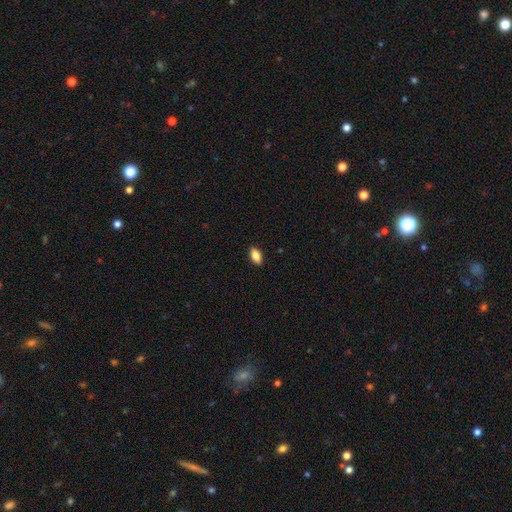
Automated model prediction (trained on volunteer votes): The model was most divided on "smooth or featured": smooth: 84%, featured or disk: 8%, star or artifact: 7%. More confident: how rounded — in between (89%); merging — none (89%).